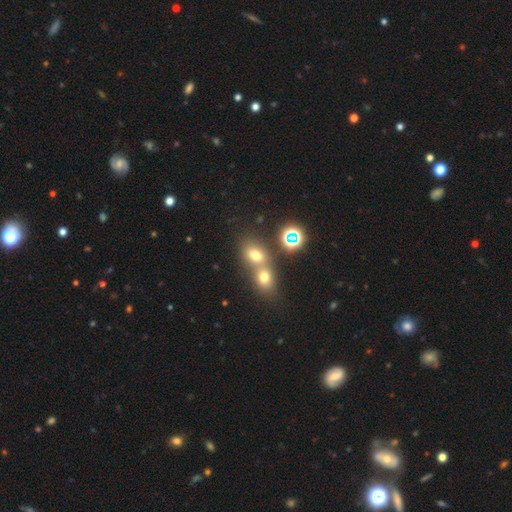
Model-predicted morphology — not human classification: Smooth or featured? smooth (64%)
How rounded? in between (57%)
Merging? merger (51%)